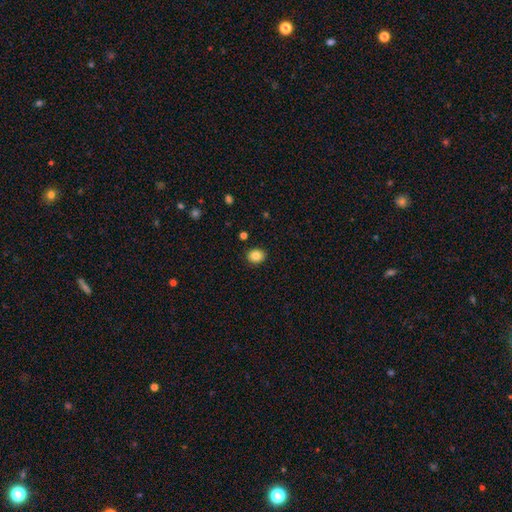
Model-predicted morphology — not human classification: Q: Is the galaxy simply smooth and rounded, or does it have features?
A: smooth — 84%.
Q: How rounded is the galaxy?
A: round — 61%.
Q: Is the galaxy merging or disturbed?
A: none — 90%.